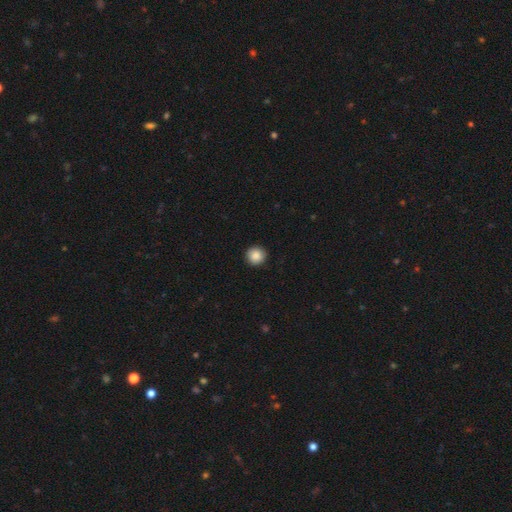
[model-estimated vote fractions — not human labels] A smooth galaxy with no disk features (88%) that is round (94%). Merging: none (91%).